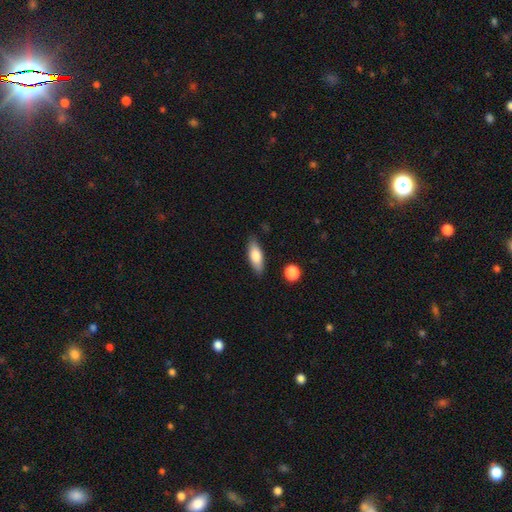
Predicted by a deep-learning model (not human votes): smooth 77%, featured or disk 17%, star or artifact 6%. Down the decision tree: how rounded — in between (67%); merging — none (84%).